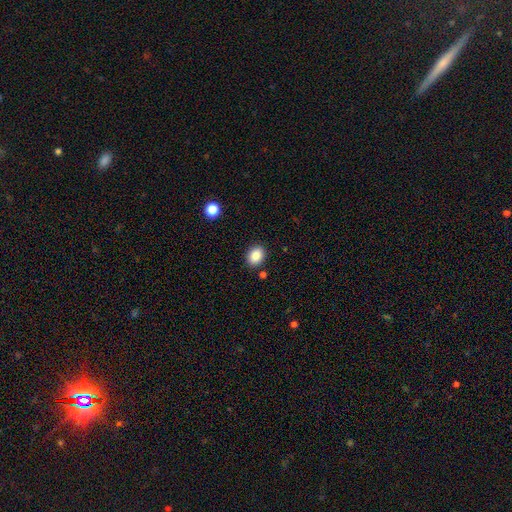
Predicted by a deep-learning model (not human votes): smooth-or-featured: smooth: 88% | star or artifact: 9% | featured or disk: 4%
  how-rounded: in between: 57% | round: 42% | cigar-shaped: 1%
  merging: none: 87% | minor disturbance: 8% | merger: 2% | major disturbance: 2%